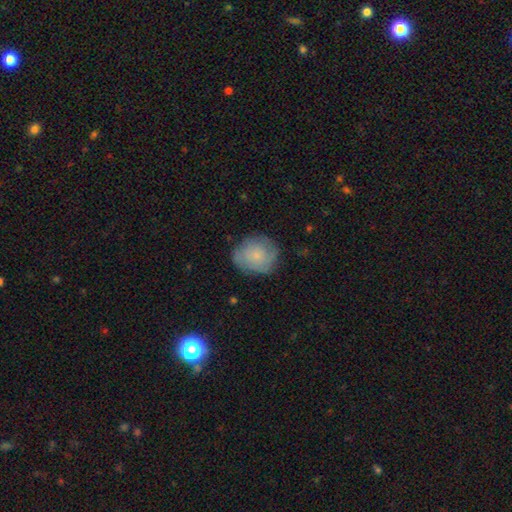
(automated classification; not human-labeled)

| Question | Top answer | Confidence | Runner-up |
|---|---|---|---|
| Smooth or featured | smooth | 61% | featured or disk (31%) |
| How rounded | round | 69% | in between (30%) |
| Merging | none | 72% | minor disturbance (21%) |